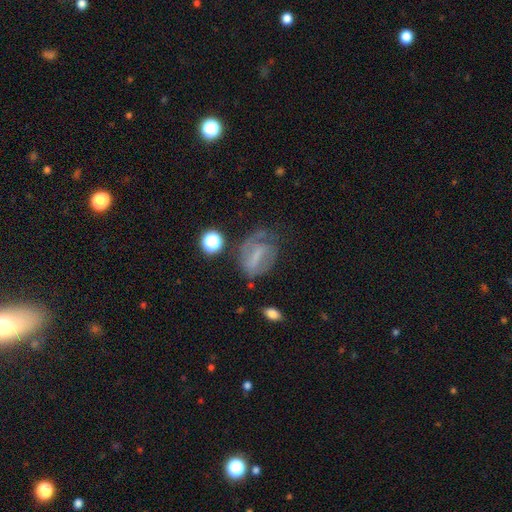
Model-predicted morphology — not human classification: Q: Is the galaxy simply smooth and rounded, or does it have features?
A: featured or disk — 57%.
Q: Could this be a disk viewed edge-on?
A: no — 94%.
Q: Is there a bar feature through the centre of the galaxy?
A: weak — 39%.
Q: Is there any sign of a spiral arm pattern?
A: yes — 66%.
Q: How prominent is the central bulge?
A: none — 54%.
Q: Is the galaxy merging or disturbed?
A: none — 46%.